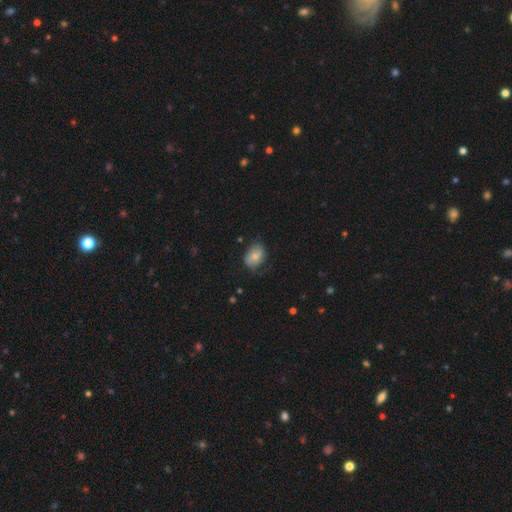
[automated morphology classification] smooth-or-featured: smooth: 74% | featured or disk: 18% | star or artifact: 8%
  how-rounded: in between: 77% | round: 22% | cigar-shaped: 1%
  merging: none: 60% | minor disturbance: 30% | major disturbance: 9% | merger: 2%